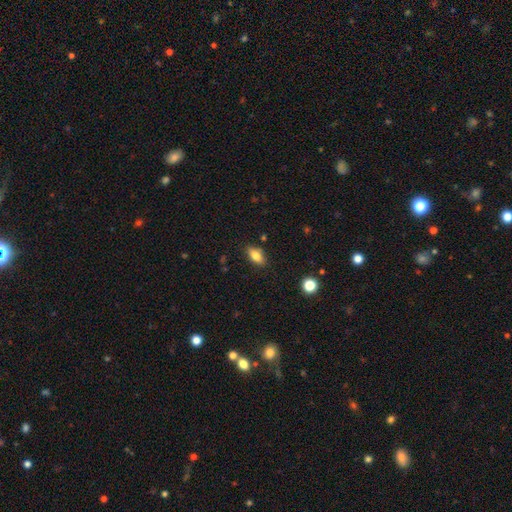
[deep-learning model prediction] A smooth galaxy with no disk features (78%) that is in between round and cigar-shaped (86%). Merging: none (84%).